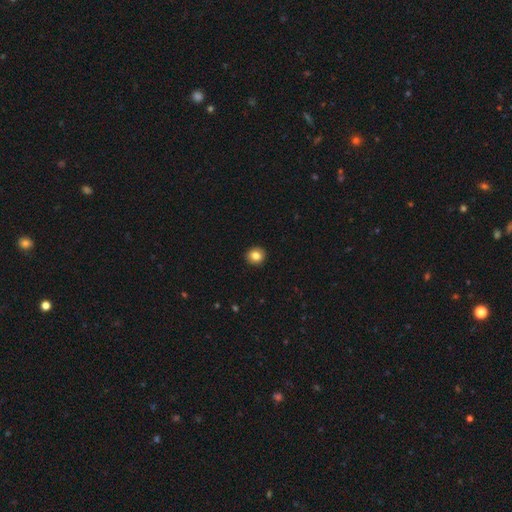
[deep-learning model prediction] Smooth or featured? smooth (83%)
How rounded? round (91%)
Merging? none (93%)